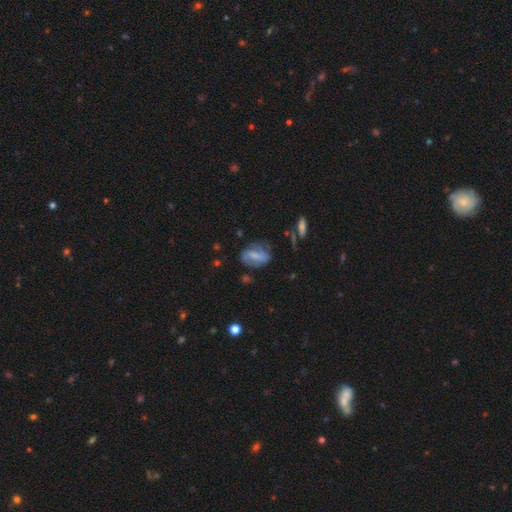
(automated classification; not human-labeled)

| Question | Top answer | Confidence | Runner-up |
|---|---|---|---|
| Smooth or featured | featured or disk | 55% | smooth (37%) |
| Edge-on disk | no | 95% | yes (5%) |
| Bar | weak | 40% | strong (36%) |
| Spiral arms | yes | 76% | no (24%) |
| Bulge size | small | 37% | moderate (31%) |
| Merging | none | 62% | minor disturbance (23%) |